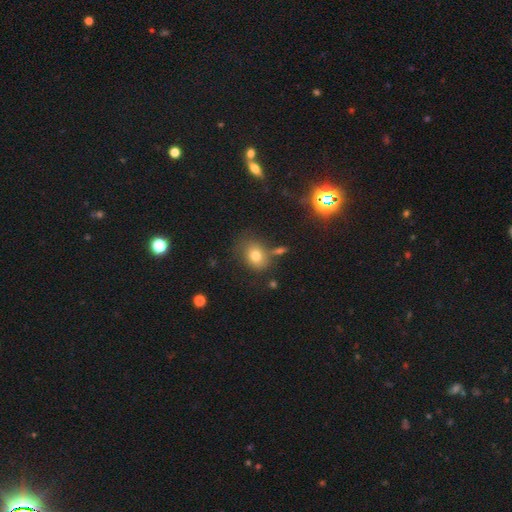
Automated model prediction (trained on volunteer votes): smooth 76%, star or artifact 12%, featured or disk 12%. Down the decision tree: how rounded — in between (54%); merging — none (66%).